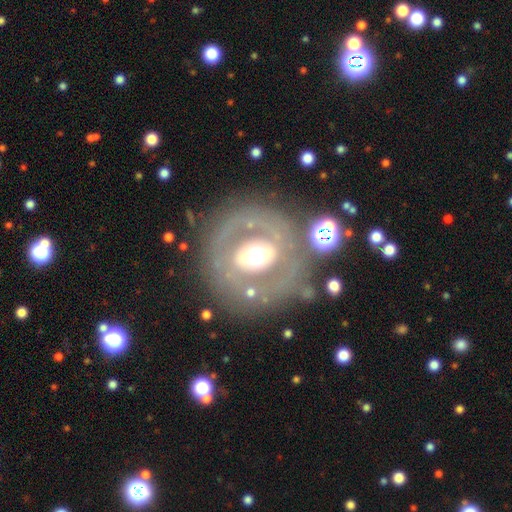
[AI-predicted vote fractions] smooth-or-featured: featured or disk: 63% | smooth: 27% | star or artifact: 10%
  disk-edge-on: no: 94% | yes: 6%
    bar: no: 46% | strong: 27% | weak: 27%
    has-spiral-arms: no: 69% | yes: 31%
    bulge-size: moderate: 52% | large: 33% | dominant: 7% | small: 7% | none: 1%
  merging: none: 69% | minor disturbance: 13% | major disturbance: 12% | merger: 7%